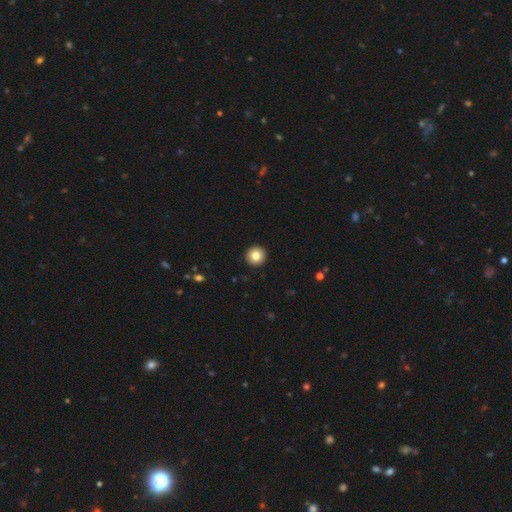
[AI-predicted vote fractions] Morphology: type=smooth (83%); roundness=round (96%); merging=none (94%).